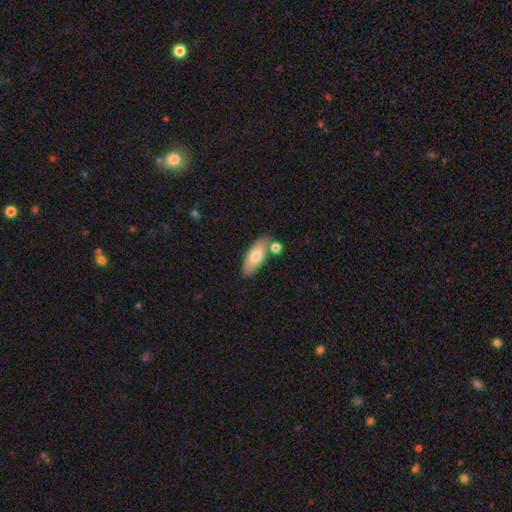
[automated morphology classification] A smooth galaxy with no disk features (72%) that is in between round and cigar-shaped (77%). Merging: none (72%).